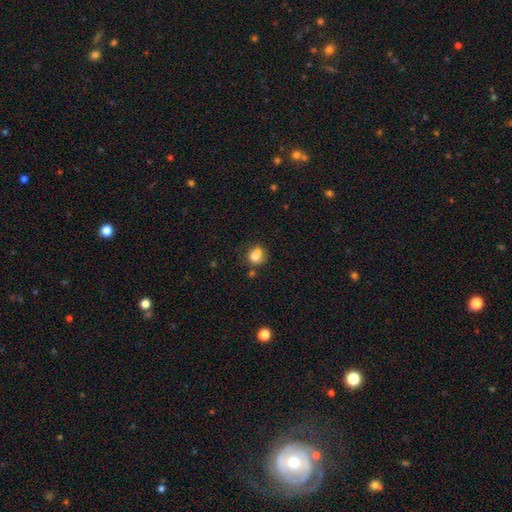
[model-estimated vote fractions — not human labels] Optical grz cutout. It shows a smooth galaxy with no disk features (73%) that is round (69%). Merging: merger (42%).